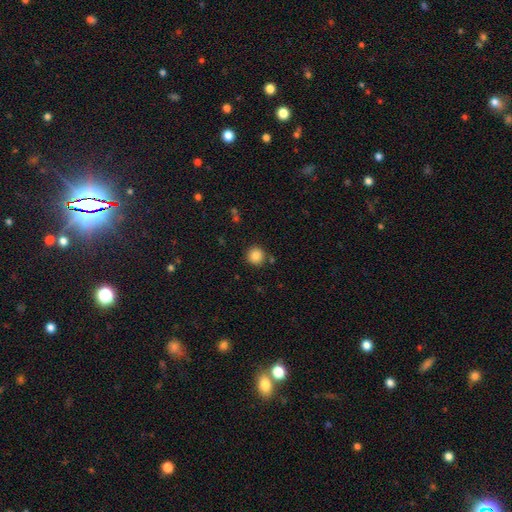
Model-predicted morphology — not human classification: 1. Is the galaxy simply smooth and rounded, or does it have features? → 86% smooth, 10% star or artifact, 4% featured or disk.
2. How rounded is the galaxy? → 93% round, 6% in between, 1% cigar-shaped.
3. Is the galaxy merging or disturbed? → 85% none, 8% minor disturbance, 5% merger, 3% major disturbance.